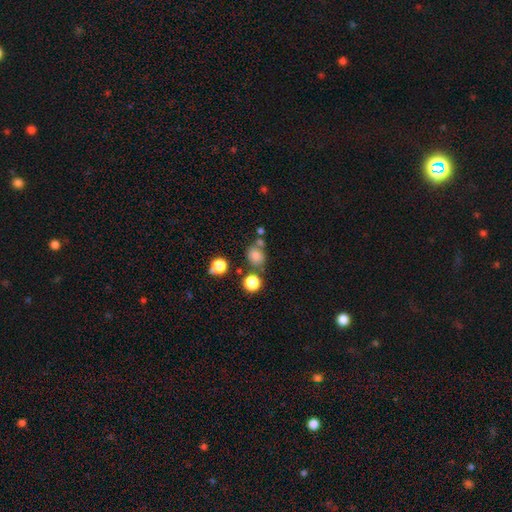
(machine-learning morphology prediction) smooth 77%, star or artifact 15%, featured or disk 8%. Down the decision tree: how rounded — round (62%); merging — none (60%).